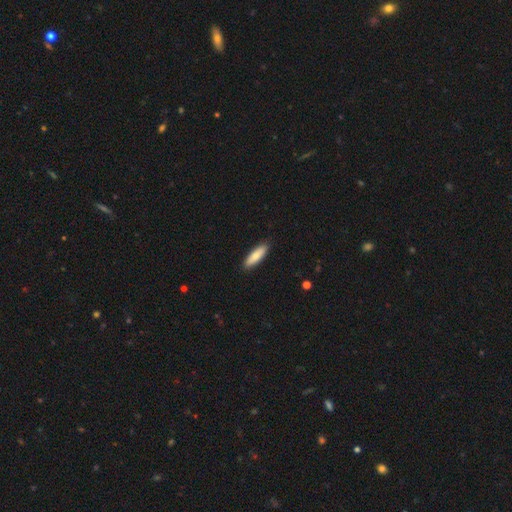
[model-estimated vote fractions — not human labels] smooth_or_featured: smooth (p=0.81) [alt: featured or disk p=0.14]
how_rounded: cigar-shaped (p=0.57) [alt: in between p=0.41]
merging: none (p=0.89) [alt: minor disturbance p=0.08]